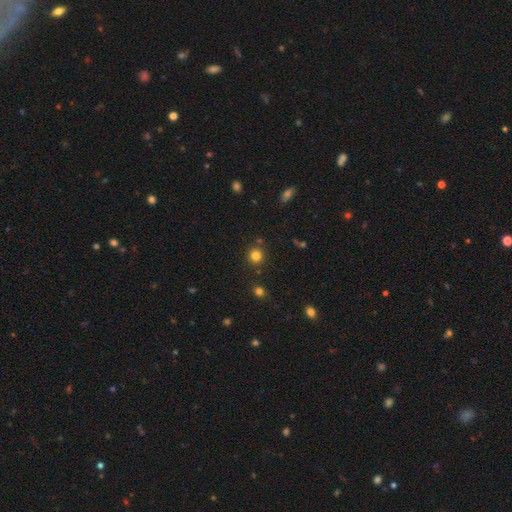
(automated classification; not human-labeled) Overall: smooth (80%). How rounded: round (92%). Merging: none (85%).